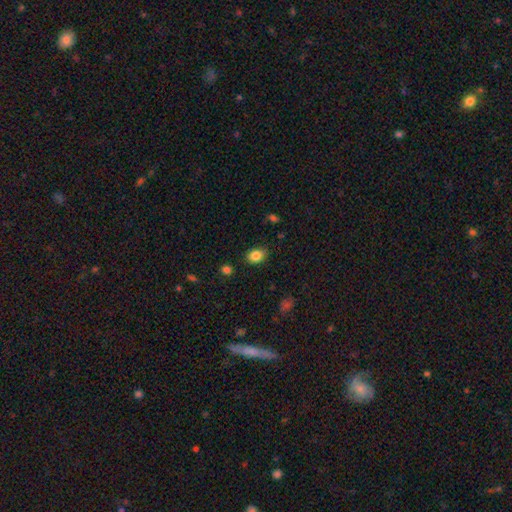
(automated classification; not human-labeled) Smooth or featured? smooth (85%)
How rounded? in between (67%)
Merging? none (82%)